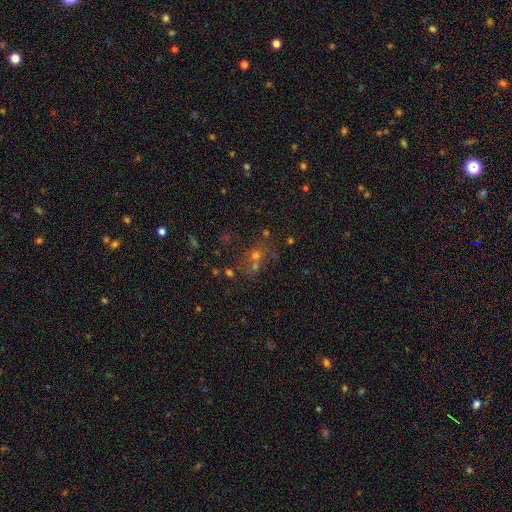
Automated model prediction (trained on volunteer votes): Smooth or featured? Predicted: smooth (p=0.47). Merging? Predicted: none (p=0.49).